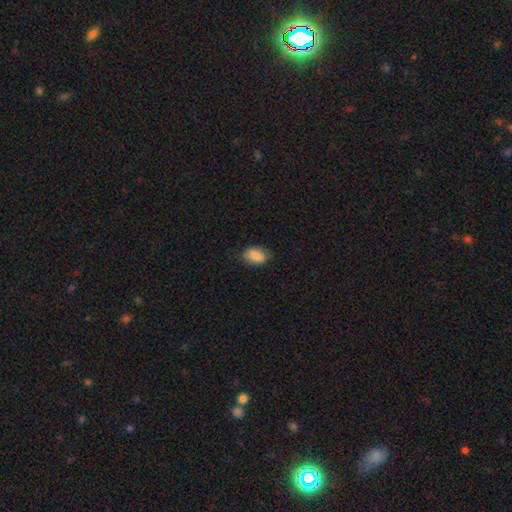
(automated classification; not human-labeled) A smooth galaxy with no disk features (87%) that is in between round and cigar-shaped (89%).

Vote fractions:
- Smooth or featured? smooth: 87% / star or artifact: 7% / featured or disk: 6%
- How rounded? in between: 89% / round: 9% / cigar-shaped: 2%
- Merging? none: 76% / minor disturbance: 19% / major disturbance: 4% / merger: 1%